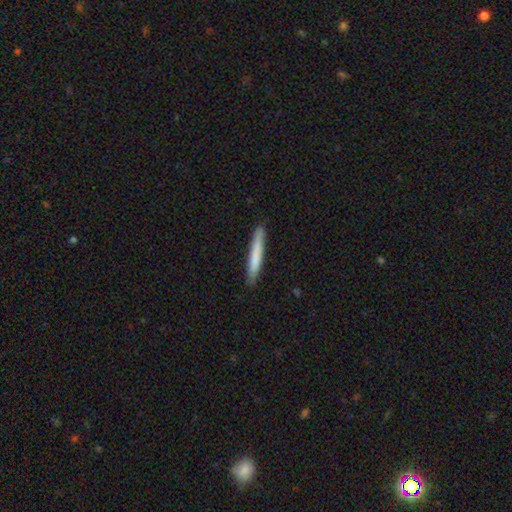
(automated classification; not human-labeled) Smooth or featured? Predicted: smooth (p=0.74). How rounded? Predicted: cigar-shaped (p=0.96). Merging? Predicted: none (p=0.89).